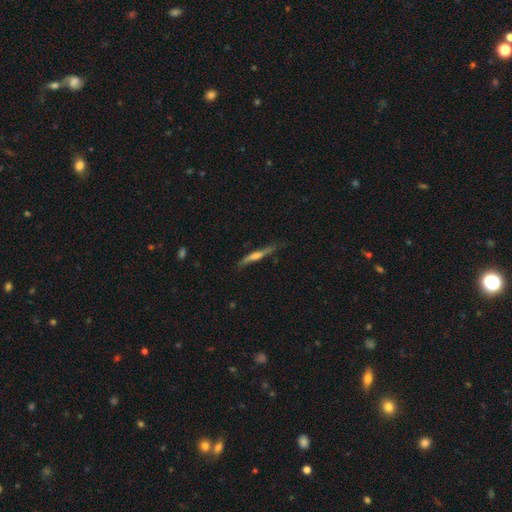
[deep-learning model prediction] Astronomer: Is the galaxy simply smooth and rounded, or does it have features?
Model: featured or disk — 63%.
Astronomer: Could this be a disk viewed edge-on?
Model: yes — 95%.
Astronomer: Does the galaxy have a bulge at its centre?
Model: rounded — 67%.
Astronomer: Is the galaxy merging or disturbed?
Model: none — 78%.